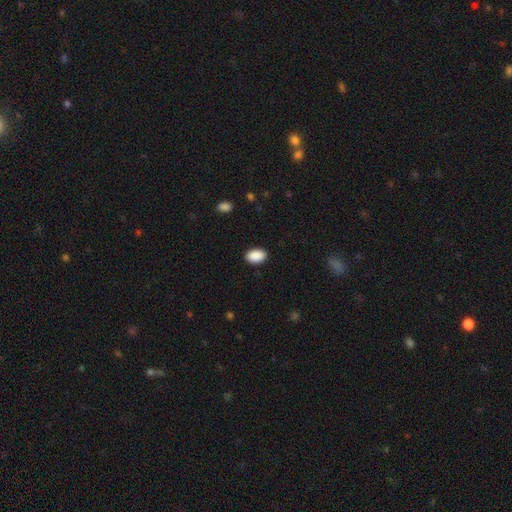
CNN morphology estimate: Smooth or featured? Predicted: smooth (p=0.91). How rounded? Predicted: in between (p=0.90). Merging? Predicted: none (p=0.89).